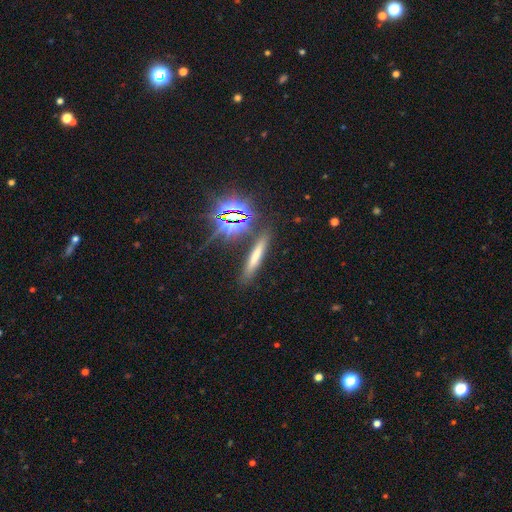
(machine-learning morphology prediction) Smooth or featured? smooth (58%)
How rounded? cigar-shaped (90%)
Merging? none (85%)